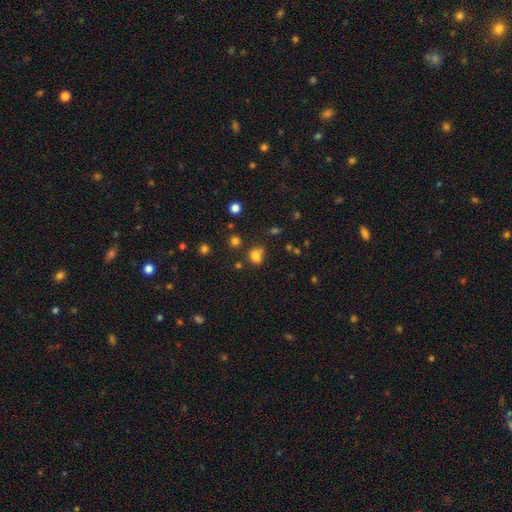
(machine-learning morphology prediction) Smooth or featured: smooth — 77% (star or artifact — 16%)
How rounded: round — 60% (in between — 39%)
Merging: none — 57% (minor disturbance — 20%)